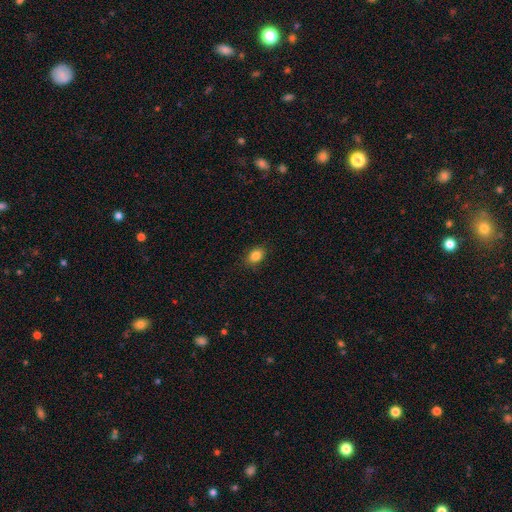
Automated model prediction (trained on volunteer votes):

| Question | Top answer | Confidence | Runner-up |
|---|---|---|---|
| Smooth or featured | smooth | 84% | star or artifact (10%) |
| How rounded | in between | 71% | round (28%) |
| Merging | none | 86% | minor disturbance (11%) |